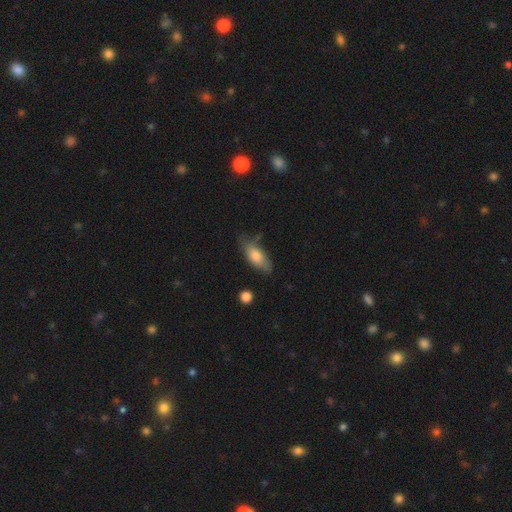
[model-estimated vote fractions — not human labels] Smooth or featured? smooth (74%)
How rounded? in between (80%)
Merging? none (58%)